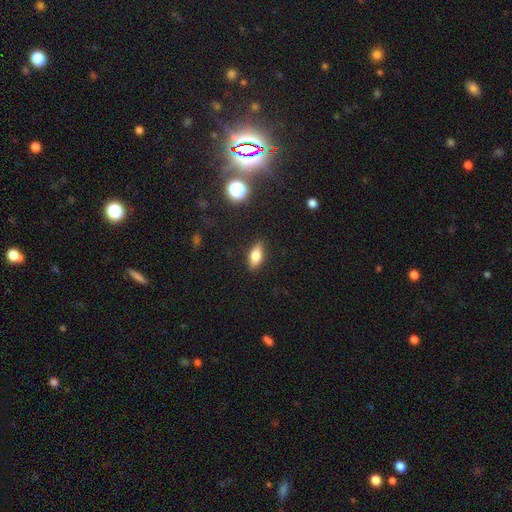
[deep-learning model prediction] A smooth galaxy with no disk features (72%) that is in between round and cigar-shaped (79%). Merging: none (87%).